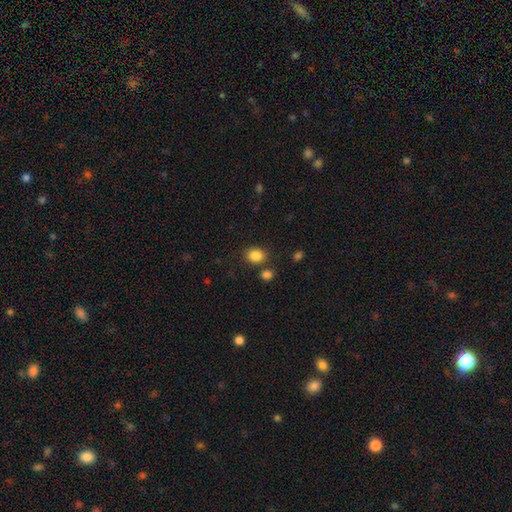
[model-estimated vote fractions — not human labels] A smooth galaxy with no disk features (86%) that is round (55%).

Vote fractions:
- Smooth or featured? smooth: 86% / star or artifact: 10% / featured or disk: 4%
- How rounded? round: 55% / in between: 44% / cigar-shaped: 1%
- Merging? none: 78% / minor disturbance: 10% / merger: 9% / major disturbance: 3%